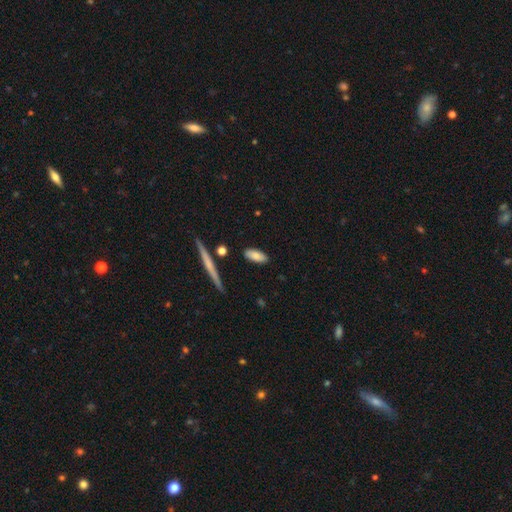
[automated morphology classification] A smooth galaxy with no disk features (80%) that is in between round and cigar-shaped (78%). Merging: none (85%).